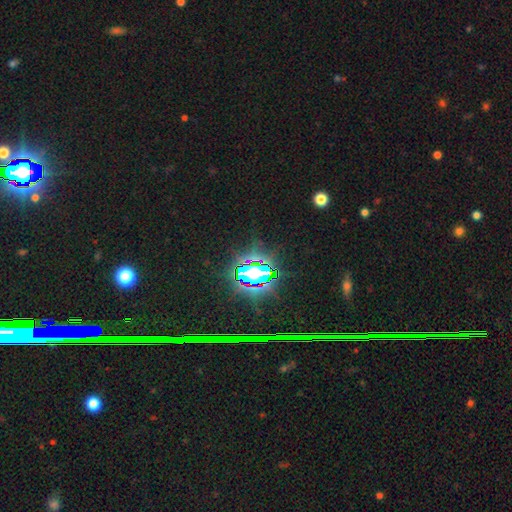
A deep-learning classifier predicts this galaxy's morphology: A star or artifact, not a galaxy (83%).